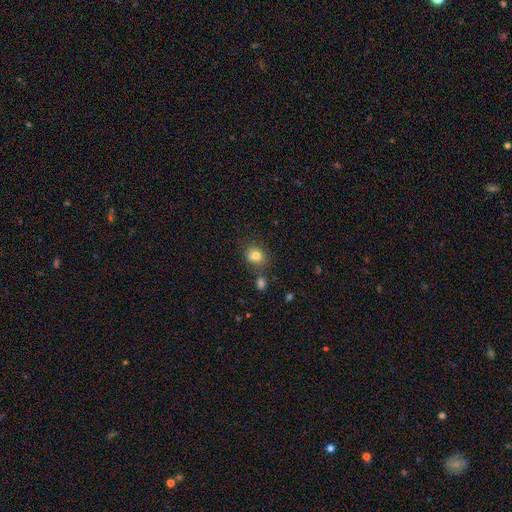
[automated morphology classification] This appears to be a smooth galaxy with no disk features (79%) that is round (55%). Merging: none (66%).